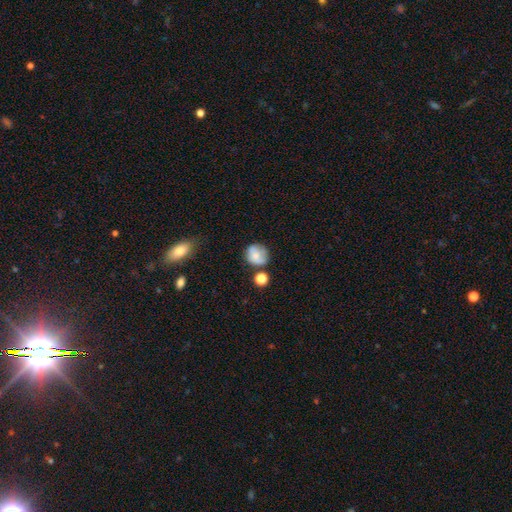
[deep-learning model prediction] Smooth or featured?
  - smooth: 70% *
  - featured or disk: 20%
  - star or artifact: 10%
How rounded?
  - round: 77% *
  - in between: 22%
  - cigar-shaped: 1%
Merging?
  - none: 58% *
  - minor disturbance: 24%
  - merger: 10%
  - major disturbance: 8%